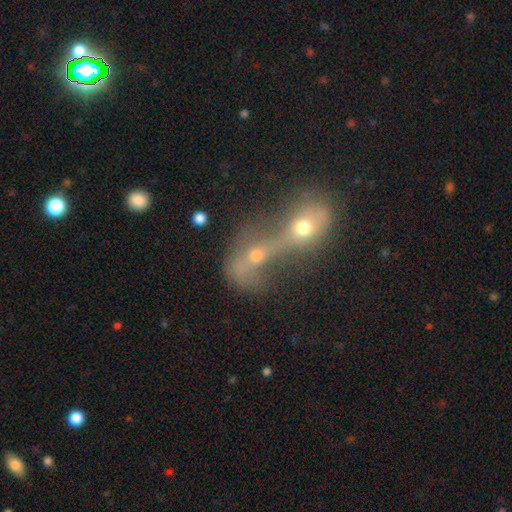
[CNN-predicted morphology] Smooth or featured?
  - smooth: 46% *
  - featured or disk: 36%
  - star or artifact: 18%
Merging?
  - merger: 84% *
  - none: 8%
  - major disturbance: 5%
  - minor disturbance: 3%